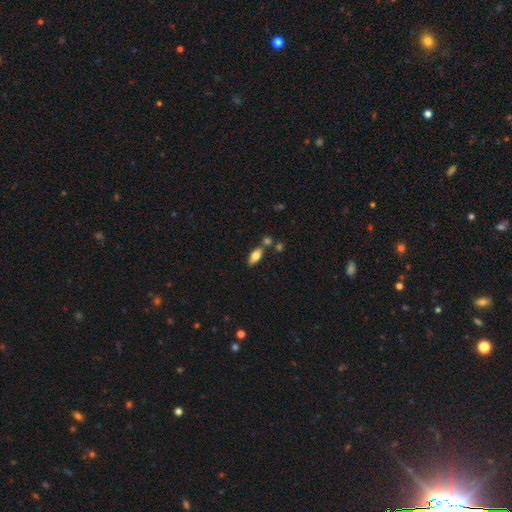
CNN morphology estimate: smooth 70%, featured or disk 23%, star or artifact 7%. Down the decision tree: how rounded — in between (81%); merging — none (71%).